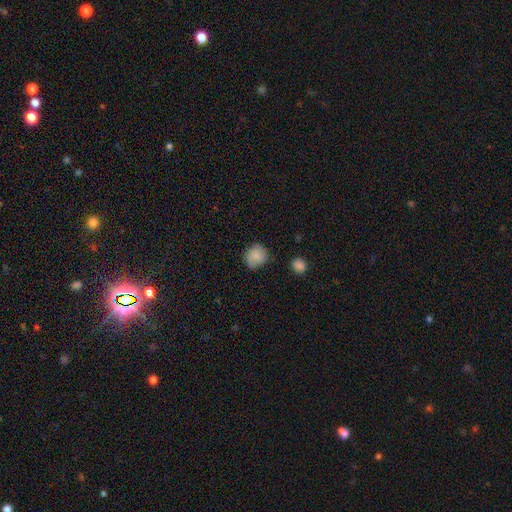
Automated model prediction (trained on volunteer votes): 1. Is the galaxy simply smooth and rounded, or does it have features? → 82% smooth, 10% featured or disk, 9% star or artifact.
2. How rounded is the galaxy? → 79% round, 20% in between, 1% cigar-shaped.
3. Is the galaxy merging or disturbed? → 72% none, 22% minor disturbance, 5% major disturbance, 2% merger.